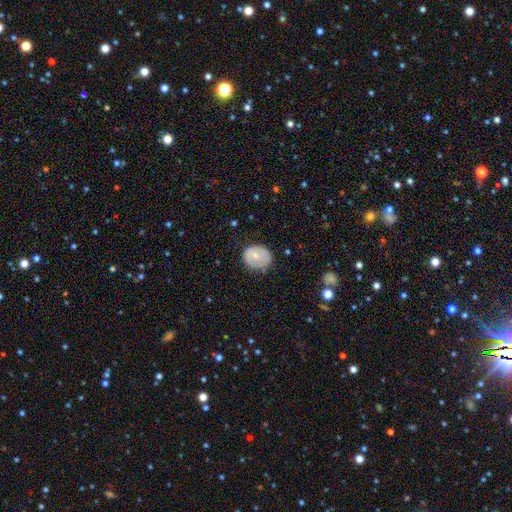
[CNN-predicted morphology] The model was most divided on "how rounded": round: 61%, in between: 38%, cigar-shaped: 1%. More confident: merging — none (68%); smooth or featured — smooth (60%).